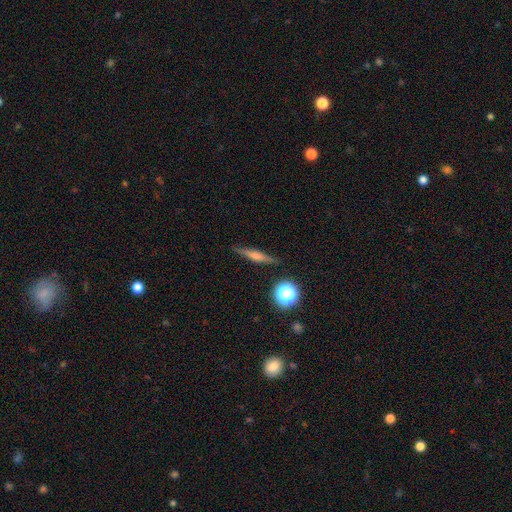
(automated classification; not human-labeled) Smooth or featured: featured or disk — 61% (smooth — 27%)
Edge-on disk: yes — 96% (no — 4%)
Edge-on bulge: rounded — 78% (none — 11%)
Merging: none — 89% (minor disturbance — 7%)